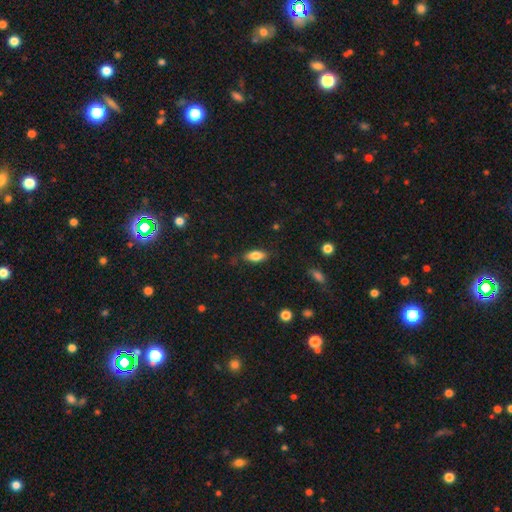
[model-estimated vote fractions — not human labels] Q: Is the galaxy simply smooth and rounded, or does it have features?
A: smooth — 80%.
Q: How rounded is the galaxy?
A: in between — 83%.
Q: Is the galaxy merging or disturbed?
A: none — 82%.